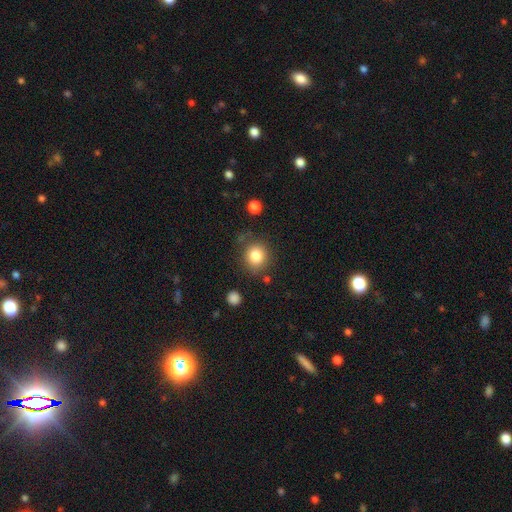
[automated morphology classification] Overall: smooth (83%). How rounded: round (85%). Merging: none (77%).